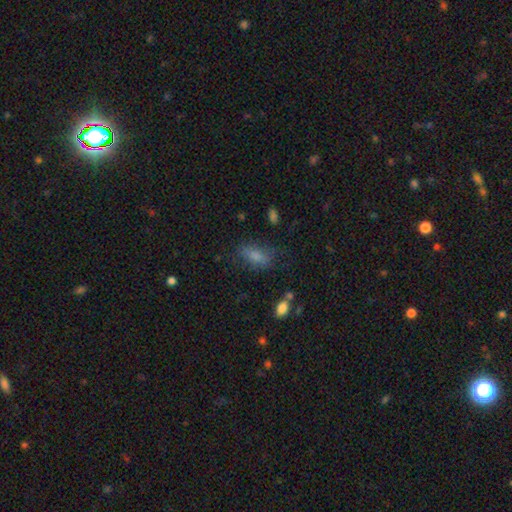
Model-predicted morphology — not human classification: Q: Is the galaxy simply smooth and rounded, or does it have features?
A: smooth — 63%.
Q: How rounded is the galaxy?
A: in between — 74%.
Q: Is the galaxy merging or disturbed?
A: none — 69%.